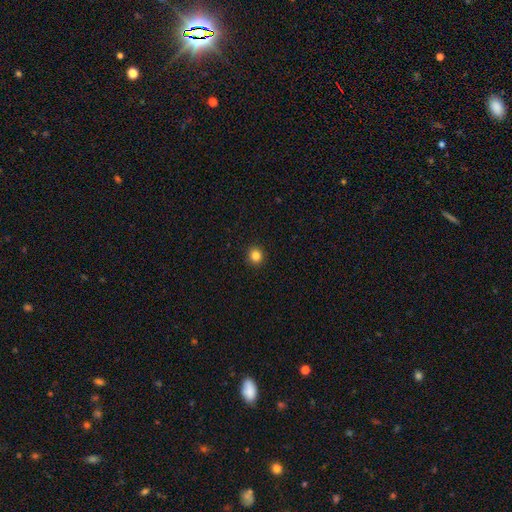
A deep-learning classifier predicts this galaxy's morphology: smooth-or-featured: smooth: 84% | star or artifact: 11% | featured or disk: 4%
  how-rounded: round: 87% | in between: 12% | cigar-shaped: 1%
  merging: none: 93% | minor disturbance: 5% | major disturbance: 2% | merger: 1%